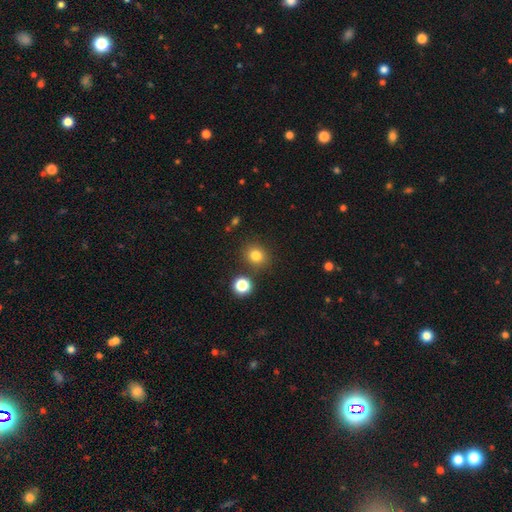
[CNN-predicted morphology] A smooth galaxy with no disk features (80%) that is round (75%).

Vote fractions:
- Smooth or featured? smooth: 80% / star or artifact: 14% / featured or disk: 7%
- How rounded? round: 75% / in between: 24% / cigar-shaped: 1%
- Merging? none: 83% / minor disturbance: 9% / merger: 6% / major disturbance: 3%